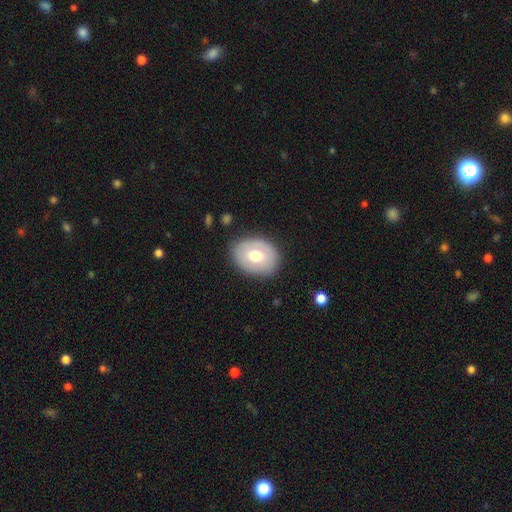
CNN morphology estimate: Smooth or featured? Predicted: smooth (p=0.58). How rounded? Predicted: in between (p=0.59). Merging? Predicted: none (p=0.82).